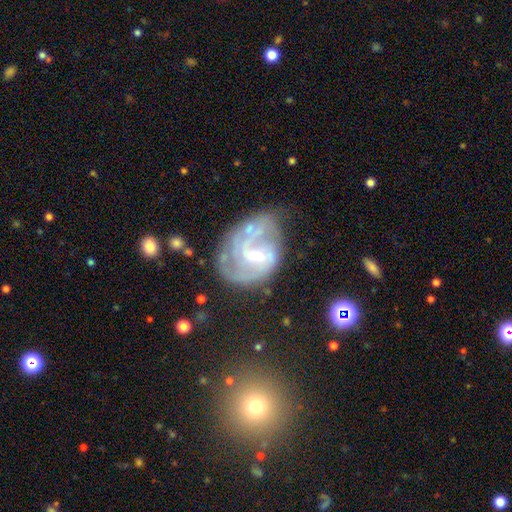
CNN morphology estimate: Smooth or featured? featured or disk (82%)
Edge-on disk? no (98%)
Bar? weak (57%)
Spiral arms? yes (88%)
Spiral winding? medium (43%)
Spiral arm count? 2 (45%)
Bulge size? small (47%)
Merging? none (48%)